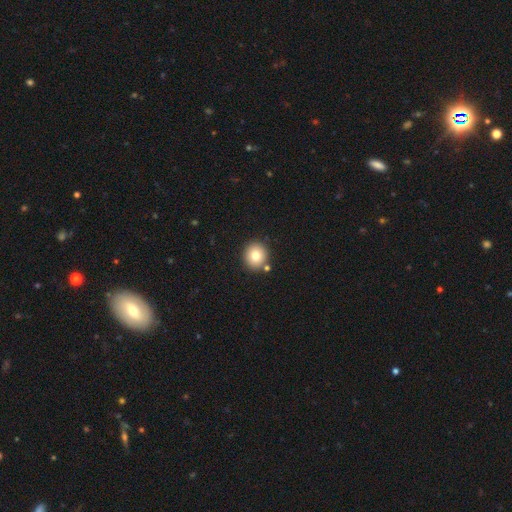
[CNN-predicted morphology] Smooth or featured: smooth — 79% (featured or disk — 11%)
How rounded: round — 86% (in between — 13%)
Merging: none — 83% (minor disturbance — 8%)